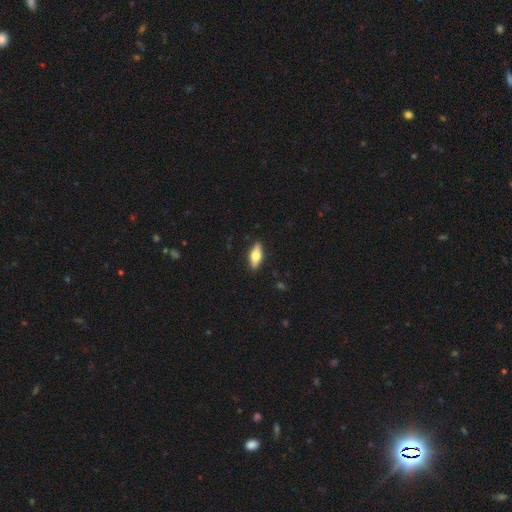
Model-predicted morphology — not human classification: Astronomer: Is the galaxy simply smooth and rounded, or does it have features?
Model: smooth — 49% (runner-up: featured or disk, 45%).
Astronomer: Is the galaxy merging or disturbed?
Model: none — 90%.